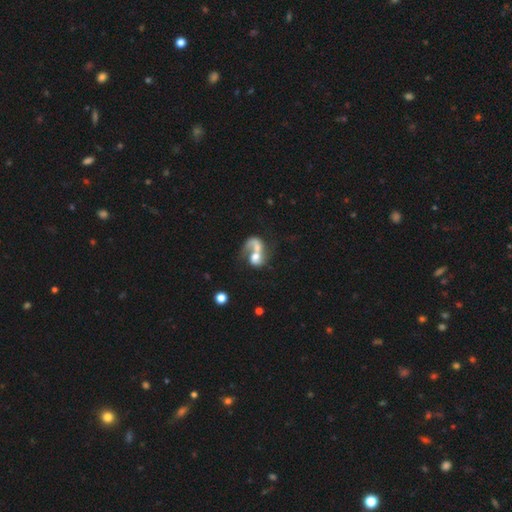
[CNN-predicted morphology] Smooth or featured: featured or disk — 60% (smooth — 32%)
Edge-on disk: no — 97% (yes — 3%)
Bar: no — 69% (weak — 24%)
Spiral arms: yes — 75% (no — 25%)
Bulge size: moderate — 44% (small — 21%)
Merging: merger — 56% (major disturbance — 20%)